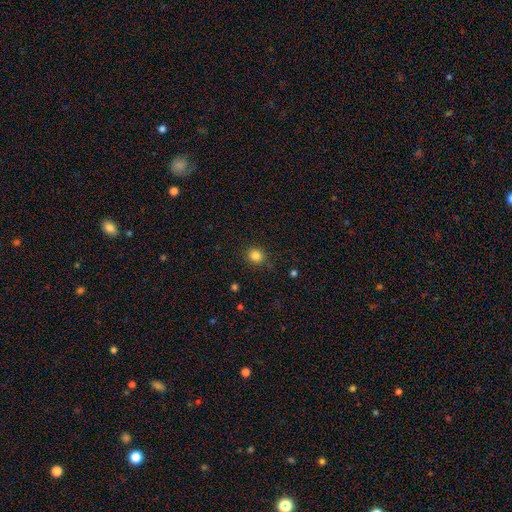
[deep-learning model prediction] smooth 84%, star or artifact 11%, featured or disk 4%. Down the decision tree: how rounded — round (83%); merging — none (87%).